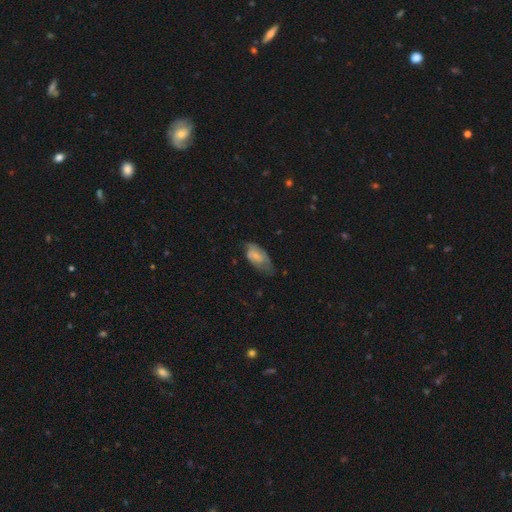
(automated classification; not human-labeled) This appears to be a smooth galaxy with no disk features (59%) that is in between round and cigar-shaped (92%). Merging: none (41%).